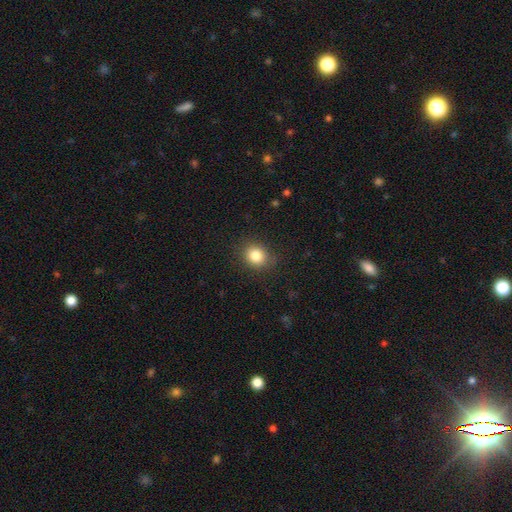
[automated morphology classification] smooth-or-featured: smooth: 84% | star or artifact: 11% | featured or disk: 6%
  how-rounded: round: 68% | in between: 31% | cigar-shaped: 1%
  merging: none: 85% | minor disturbance: 11% | major disturbance: 3% | merger: 1%